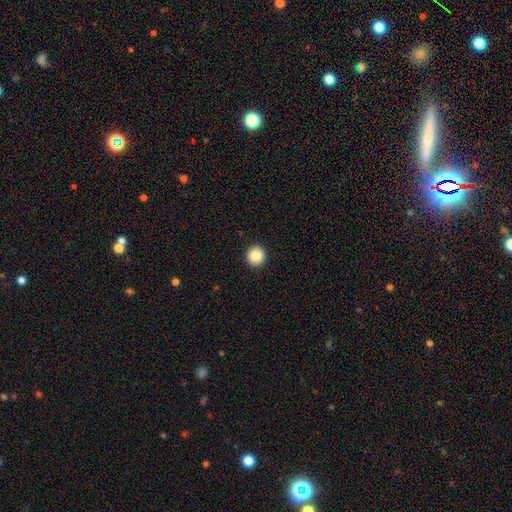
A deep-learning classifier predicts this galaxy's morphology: Smooth or featured?
  - smooth: 86% *
  - star or artifact: 9%
  - featured or disk: 5%
How rounded?
  - round: 92% *
  - in between: 7%
  - cigar-shaped: 1%
Merging?
  - none: 93% *
  - minor disturbance: 4%
  - major disturbance: 1%
  - merger: 1%